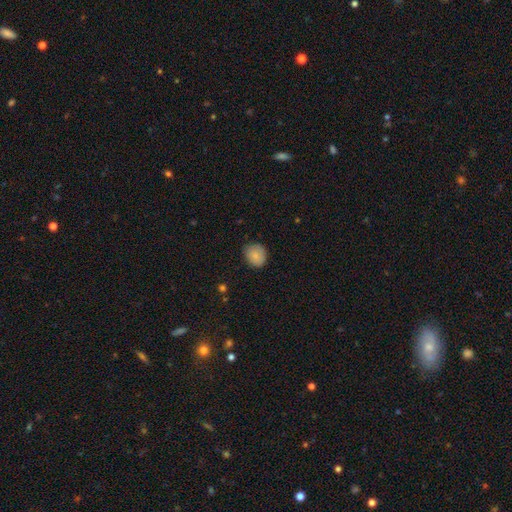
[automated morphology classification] Overall: smooth (81%). How rounded: round (63%; in between 36%). Merging: none (74%).